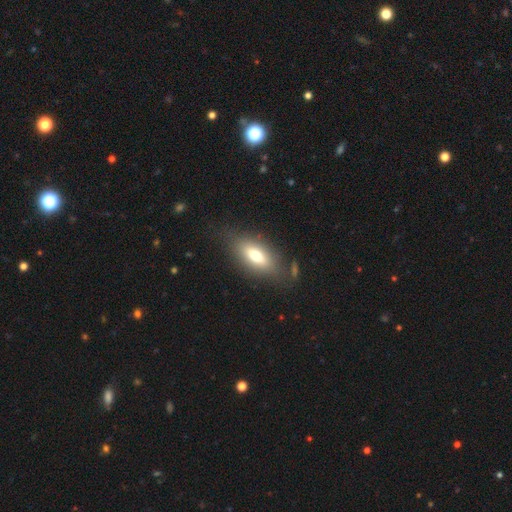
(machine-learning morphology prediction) type=smooth (67%); roundness=in between (79%); merging=none (76%).